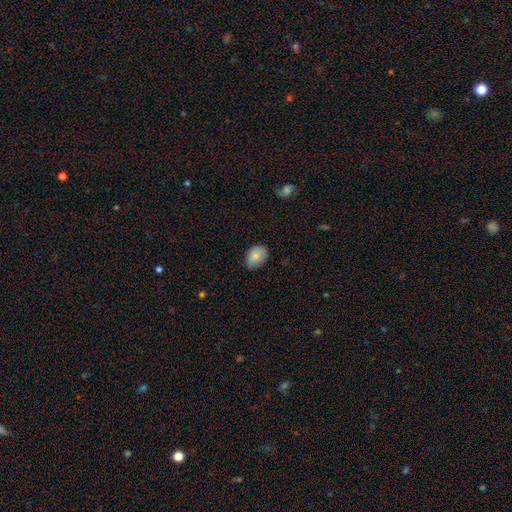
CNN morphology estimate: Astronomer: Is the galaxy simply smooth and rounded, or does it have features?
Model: smooth — 85%.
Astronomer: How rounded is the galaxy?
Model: in between — 72%.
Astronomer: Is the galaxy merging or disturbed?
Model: none — 75%.